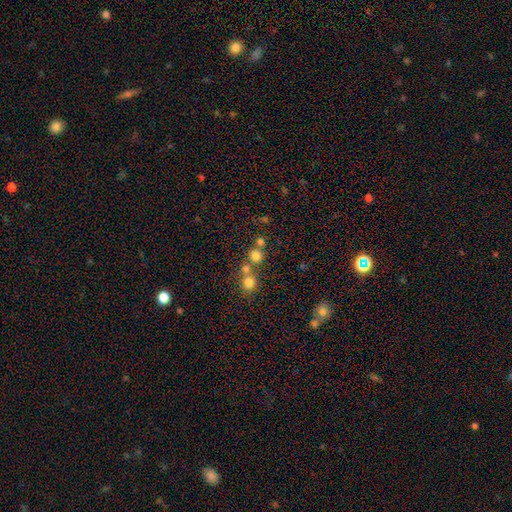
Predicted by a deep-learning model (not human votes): The model was most divided on "merging": none: 58%, merger: 34%, minor disturbance: 6%, major disturbance: 3%. More confident: how rounded — round (91%); smooth or featured — smooth (74%).